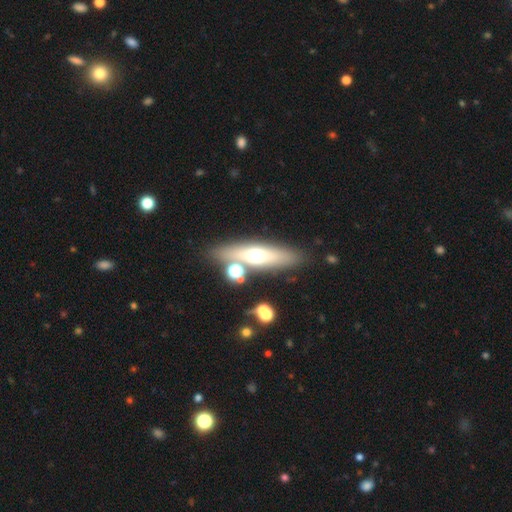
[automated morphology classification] smooth_or_featured: smooth (p=0.46) [alt: featured or disk p=0.45]
merging: none (p=0.77) [alt: minor disturbance p=0.10]